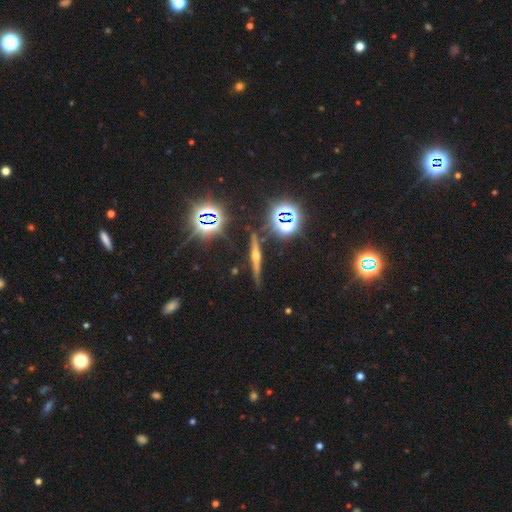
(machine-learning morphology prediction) The model was most divided on "smooth or featured": featured or disk: 61%, star or artifact: 24%, smooth: 15%. More confident: edge-on disk — yes (96%); edge-on bulge — rounded (91%); merging — none (86%).